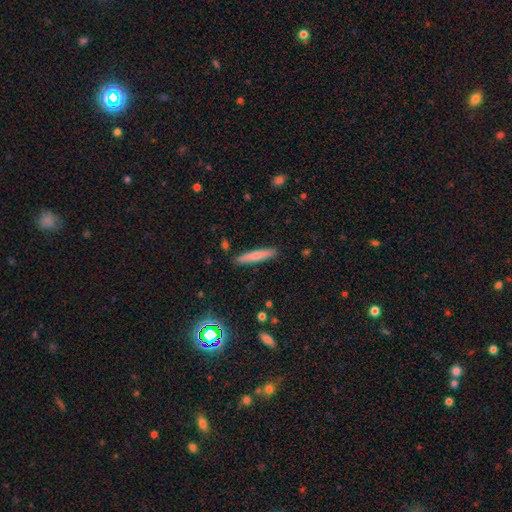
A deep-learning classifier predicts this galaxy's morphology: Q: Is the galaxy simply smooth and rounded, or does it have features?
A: smooth — 74%.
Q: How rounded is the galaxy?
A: cigar-shaped — 93%.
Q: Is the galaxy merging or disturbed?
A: none — 90%.